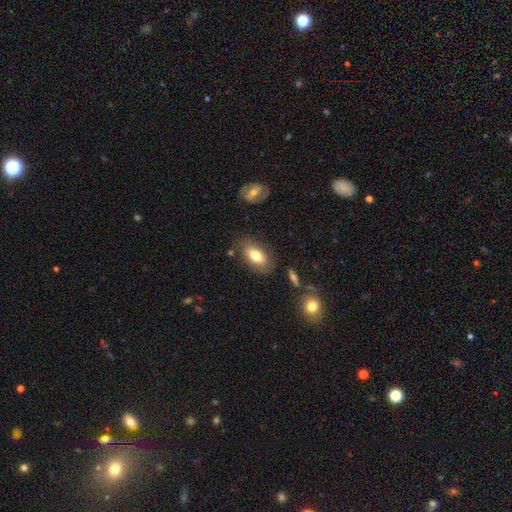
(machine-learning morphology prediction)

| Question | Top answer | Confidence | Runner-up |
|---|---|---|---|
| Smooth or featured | smooth | 73% | featured or disk (20%) |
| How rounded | in between | 91% | round (5%) |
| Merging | none | 78% | minor disturbance (15%) |